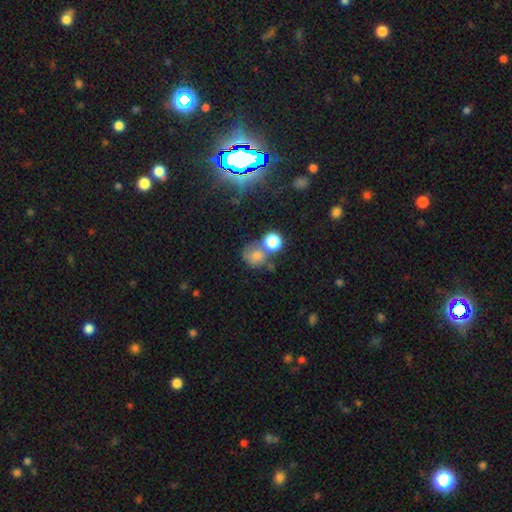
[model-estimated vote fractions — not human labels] Morphology: type=smooth (63%); roundness=round (77%); merging=none (42%).